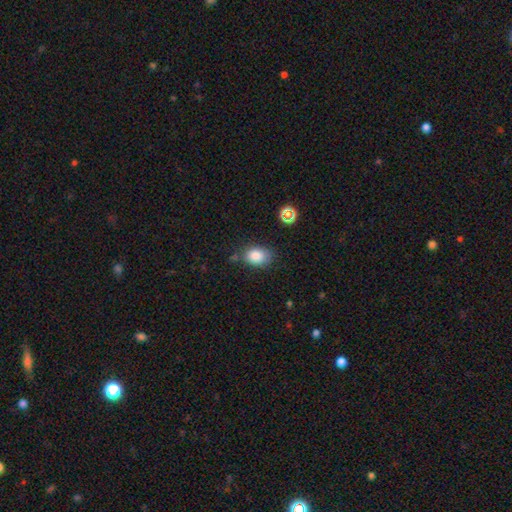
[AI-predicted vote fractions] smooth-or-featured: smooth: 84% | star or artifact: 10% | featured or disk: 6%
  how-rounded: in between: 75% | round: 24% | cigar-shaped: 1%
  merging: none: 71% | minor disturbance: 19% | major disturbance: 5% | merger: 5%